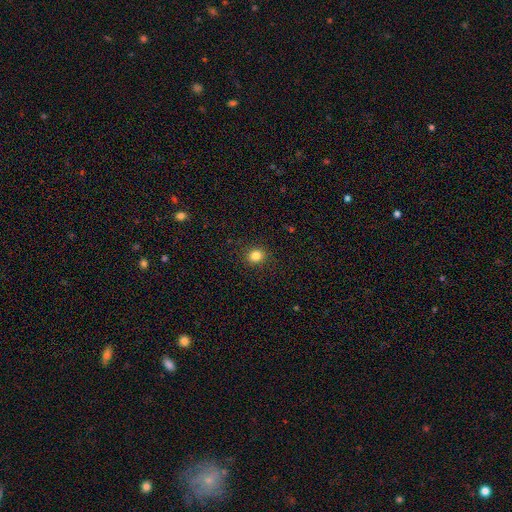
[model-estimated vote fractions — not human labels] Overall: smooth (83%). How rounded: round (85%). Merging: none (90%).